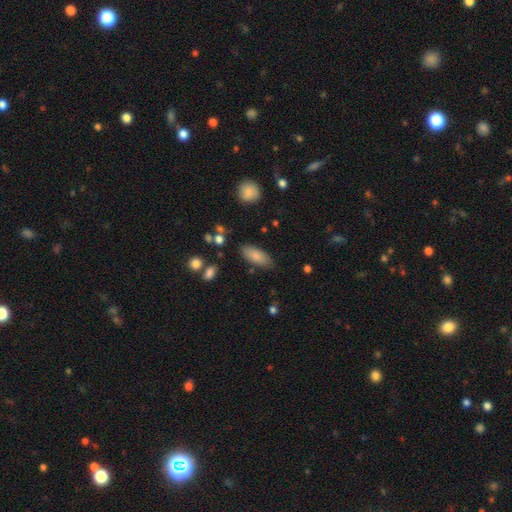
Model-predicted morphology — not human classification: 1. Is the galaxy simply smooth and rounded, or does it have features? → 83% smooth, 11% featured or disk, 7% star or artifact.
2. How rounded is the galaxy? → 83% in between, 15% cigar-shaped, 2% round.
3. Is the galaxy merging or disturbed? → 79% none, 15% minor disturbance, 3% major disturbance, 3% merger.